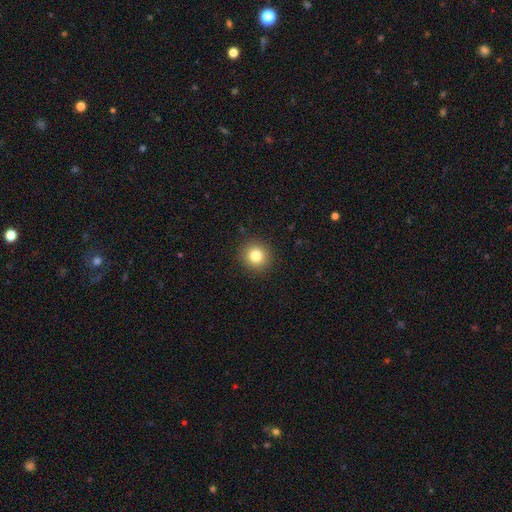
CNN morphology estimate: A smooth galaxy with no disk features (82%) that is round (92%). Merging: none (91%).